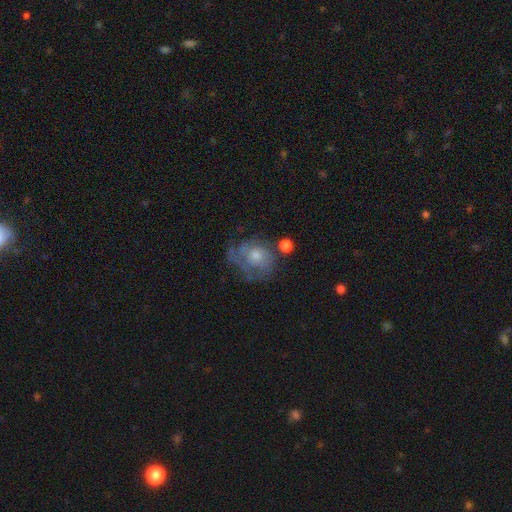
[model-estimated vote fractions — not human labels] Smooth or featured? featured or disk (58%)
Edge-on disk? no (97%)
Bar? no (83%)
Spiral arms? yes (65%)
Bulge size? moderate (55%)
Merging? none (52%)